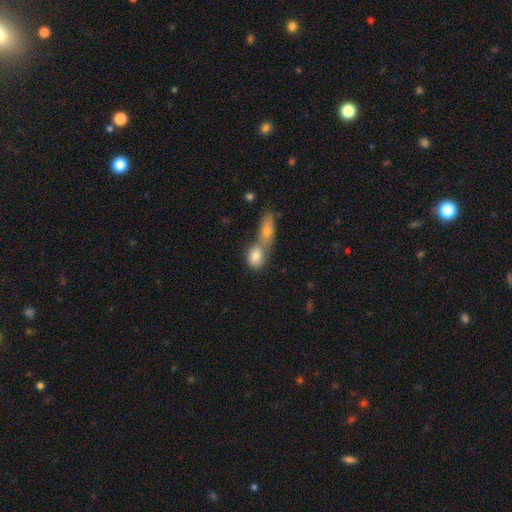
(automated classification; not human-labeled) smooth-or-featured: smooth: 81% | featured or disk: 12% | star or artifact: 8%
  how-rounded: in between: 69% | round: 26% | cigar-shaped: 5%
  merging: merger: 59% | none: 30% | minor disturbance: 8% | major disturbance: 3%